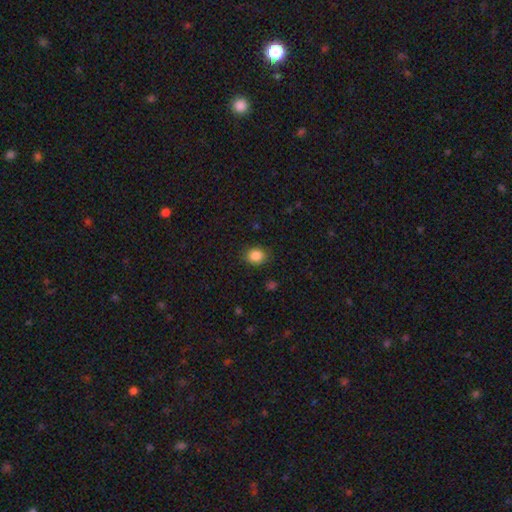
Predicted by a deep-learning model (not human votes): smooth 86%, star or artifact 10%, featured or disk 4%. Down the decision tree: how rounded — round (60%); merging — none (86%).